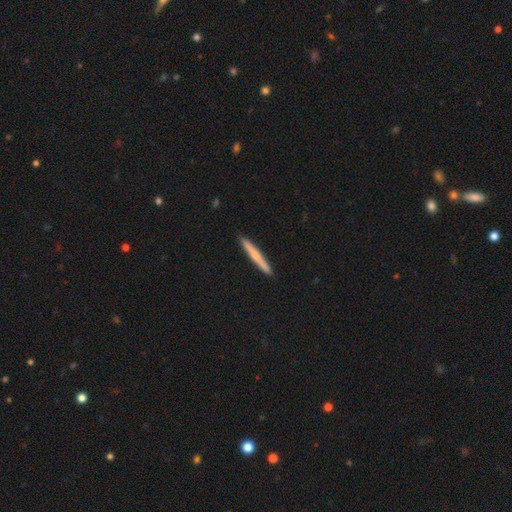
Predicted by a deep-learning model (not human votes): Overall: smooth (58%; featured or disk 36%). How rounded: cigar-shaped (96%). Merging: none (92%).